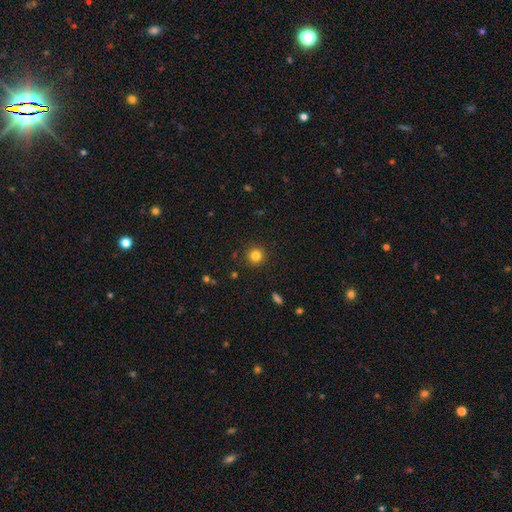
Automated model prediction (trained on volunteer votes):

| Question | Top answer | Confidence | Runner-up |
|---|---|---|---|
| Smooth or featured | smooth | 82% | star or artifact (13%) |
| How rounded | round | 94% | in between (5%) |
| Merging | none | 91% | minor disturbance (6%) |